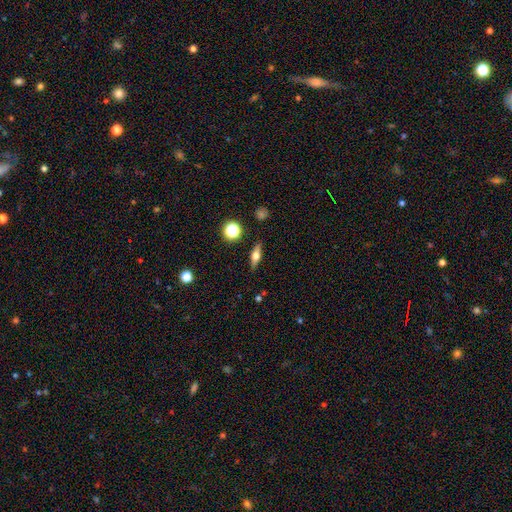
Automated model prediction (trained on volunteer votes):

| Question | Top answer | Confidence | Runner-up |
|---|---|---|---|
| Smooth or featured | featured or disk | 48% | smooth (42%) |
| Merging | none | 87% | minor disturbance (9%) |